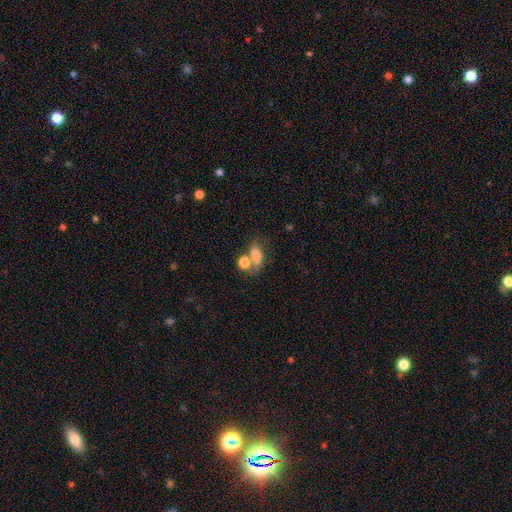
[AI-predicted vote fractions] A smooth galaxy with no disk features (71%) that is in between round and cigar-shaped (76%). Merging: merger (40%).